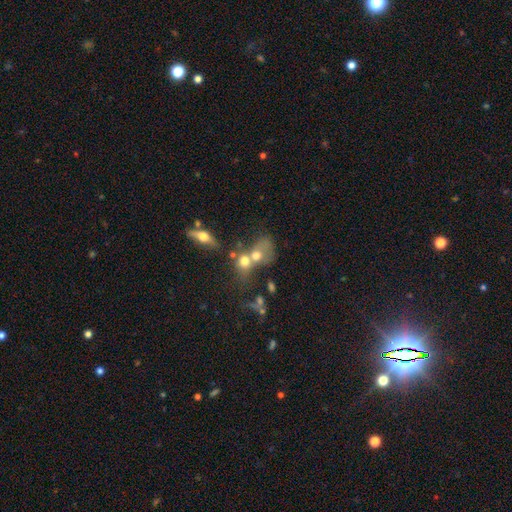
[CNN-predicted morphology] smooth-or-featured: smooth: 47% | featured or disk: 33% | star or artifact: 20%
  merging: merger: 57% | none: 24% | major disturbance: 10% | minor disturbance: 9%